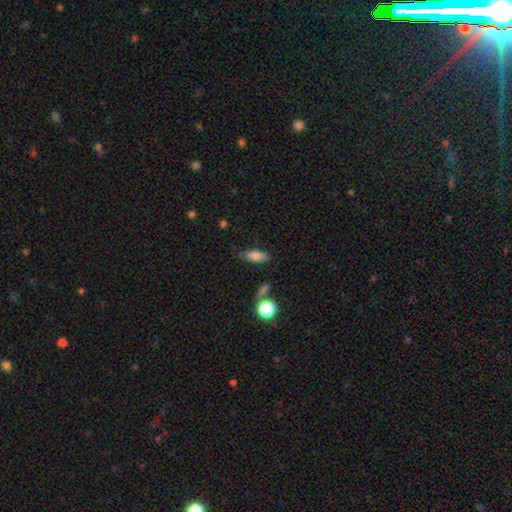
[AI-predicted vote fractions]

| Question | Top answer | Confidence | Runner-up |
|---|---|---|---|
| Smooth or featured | smooth | 78% | featured or disk (13%) |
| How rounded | in between | 71% | cigar-shaped (25%) |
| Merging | none | 77% | minor disturbance (15%) |